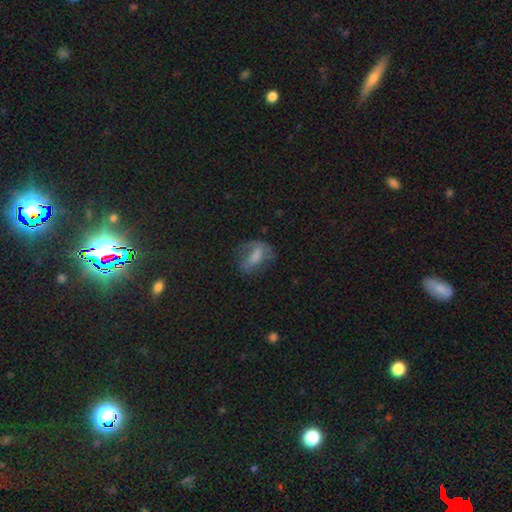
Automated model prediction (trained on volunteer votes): smooth_or_featured: smooth (p=0.51) [alt: featured or disk p=0.38]
how_rounded: in between (p=0.76) [alt: round p=0.14]
merging: none (p=0.43) [alt: major disturbance p=0.30]